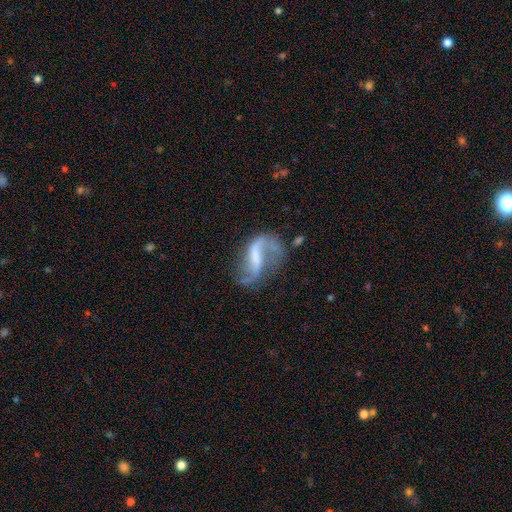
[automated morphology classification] This appears to be a featured or disk galaxy (84%) with a weak bar (44%), 2 (85%) loose (79%) spiral arms (93%) and no central bulge (40%). Merging: none (56%).